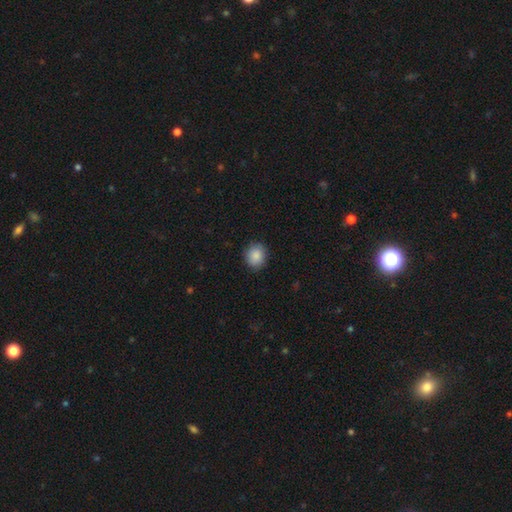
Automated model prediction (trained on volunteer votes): Smooth or featured: smooth — 88% (star or artifact — 8%)
How rounded: round — 72% (in between — 27%)
Merging: none — 88% (minor disturbance — 9%)